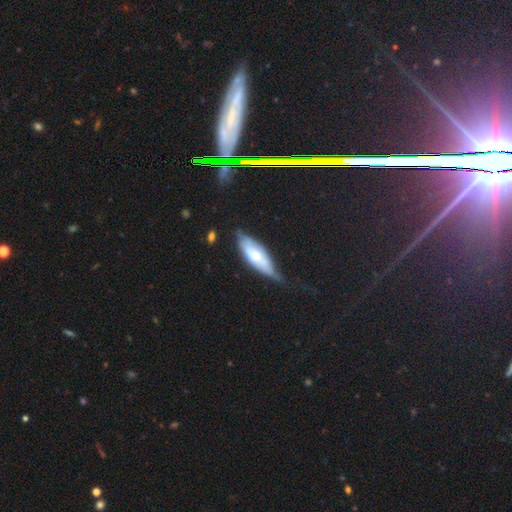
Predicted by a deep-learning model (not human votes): smooth-or-featured: featured or disk: 48% | smooth: 45% | star or artifact: 7%
  merging: none: 43% | minor disturbance: 38% | major disturbance: 15% | merger: 3%